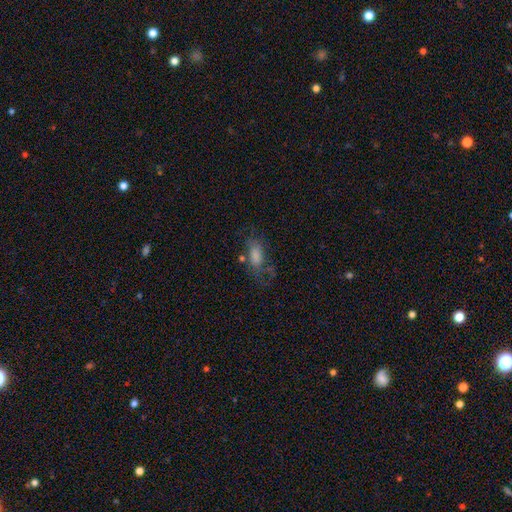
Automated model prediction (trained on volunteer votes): Smooth or featured?
  - smooth: 64% *
  - featured or disk: 27%
  - star or artifact: 9%
How rounded?
  - in between: 84% *
  - cigar-shaped: 11%
  - round: 5%
Merging?
  - none: 41% *
  - major disturbance: 27%
  - minor disturbance: 25%
  - merger: 7%